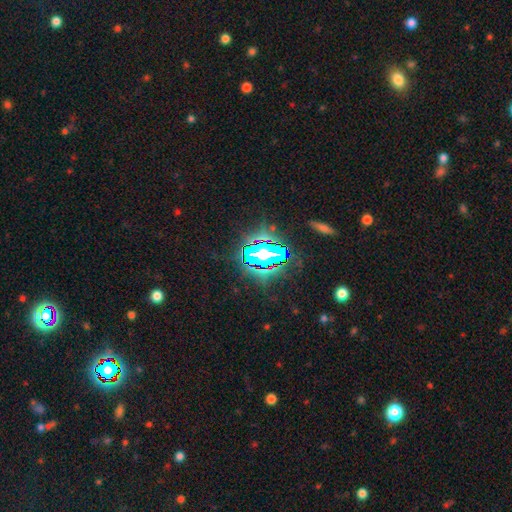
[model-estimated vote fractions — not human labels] star or artifact 81%, smooth 11%, featured or disk 9%.